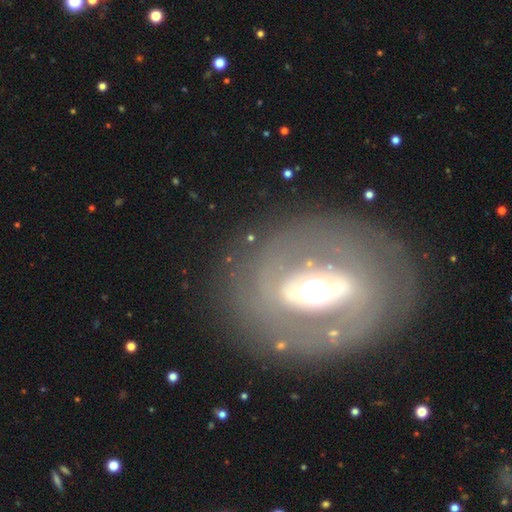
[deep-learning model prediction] This is likely a featured or disk galaxy (73%). It is clearly not viewed edge-on (91%). Bar: marginally strong (45%). Spiral arm pattern: possibly no (55%). Central bulge: possibly moderate (54%). Merging: clearly none (81%).